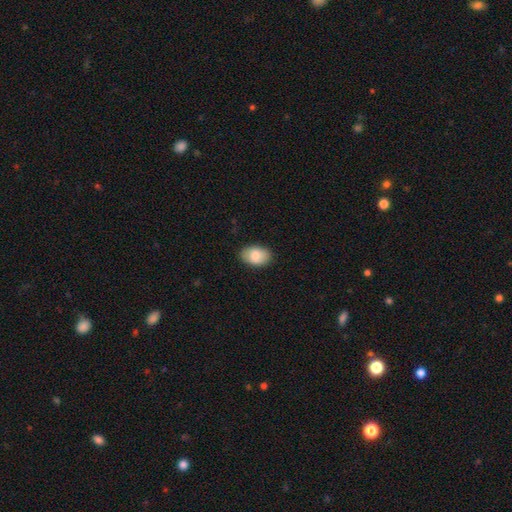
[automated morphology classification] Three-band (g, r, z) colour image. It shows a smooth galaxy with no disk features (83%) that is in between round and cigar-shaped (87%). Merging: none (86%).